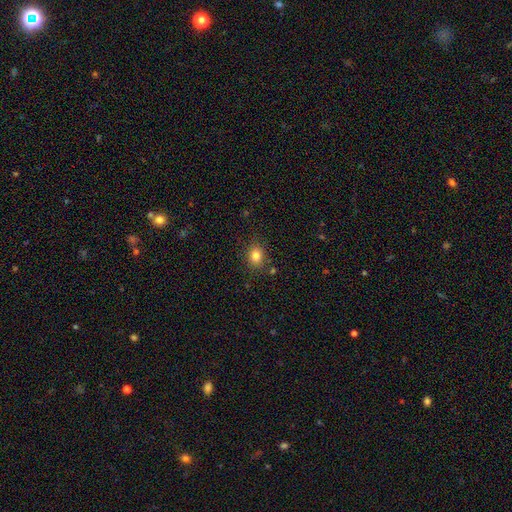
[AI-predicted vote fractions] Smooth or featured?
  - smooth: 82% *
  - star or artifact: 11%
  - featured or disk: 6%
How rounded?
  - in between: 50% *
  - round: 49%
  - cigar-shaped: 1%
Merging?
  - none: 83% *
  - minor disturbance: 11%
  - major disturbance: 3%
  - merger: 3%